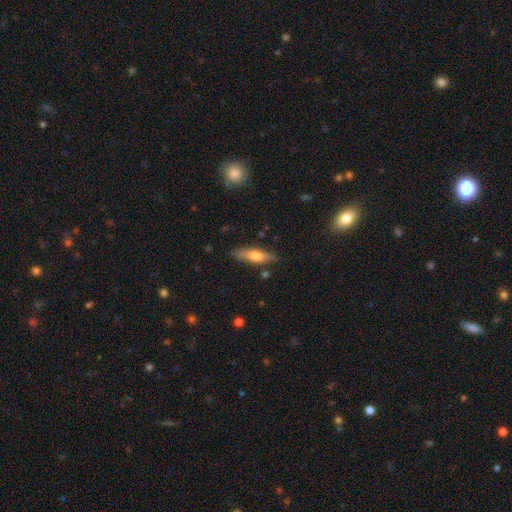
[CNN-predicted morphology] smooth 52%, featured or disk 42%, star or artifact 6%. Down the decision tree: how rounded — cigar-shaped (67%); merging — none (84%).